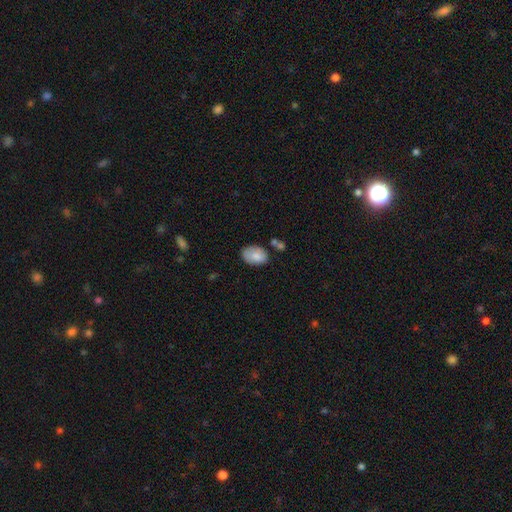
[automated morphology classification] smooth-or-featured: smooth: 83% | featured or disk: 10% | star or artifact: 7%
  how-rounded: in between: 88% | round: 11% | cigar-shaped: 1%
  merging: none: 63% | minor disturbance: 24% | merger: 7% | major disturbance: 5%